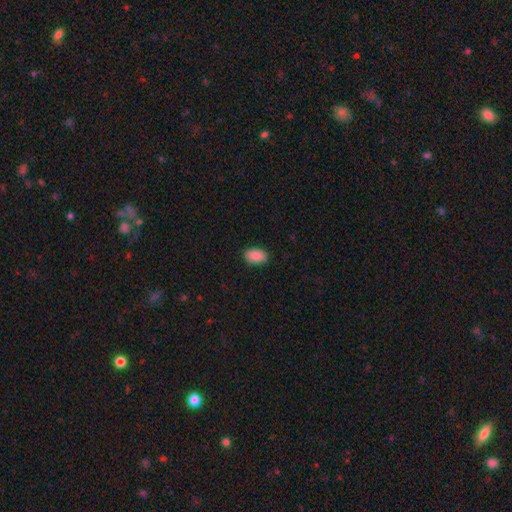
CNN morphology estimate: Smooth or featured? smooth (90%)
How rounded? in between (90%)
Merging? none (89%)